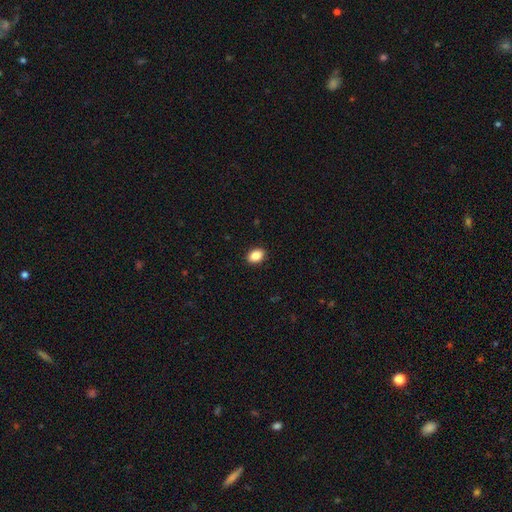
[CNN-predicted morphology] This appears to be a smooth galaxy with no disk features (88%) that is in between round and cigar-shaped (78%). Merging: none (91%).